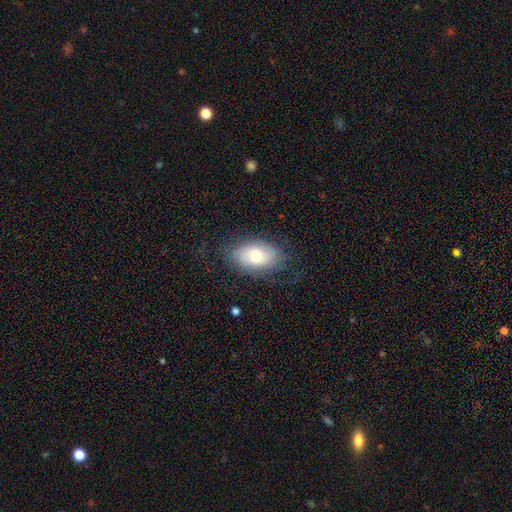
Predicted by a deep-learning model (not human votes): Overall: smooth (59%; featured or disk 34%). How rounded: in between (92%). Merging: none (70%).